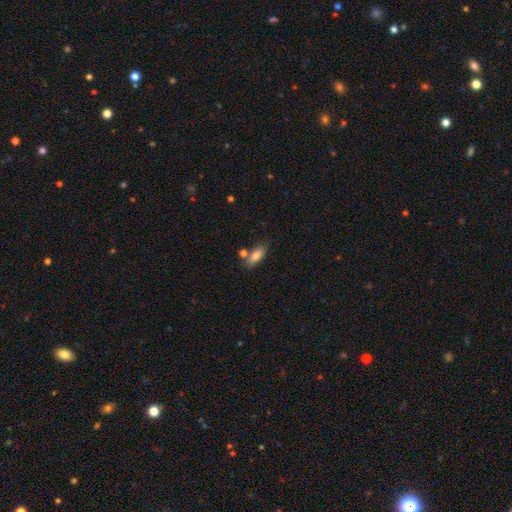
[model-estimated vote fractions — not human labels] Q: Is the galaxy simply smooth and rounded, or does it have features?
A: smooth — 77%.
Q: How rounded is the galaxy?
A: in between — 68%.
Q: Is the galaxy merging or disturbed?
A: none — 68%.